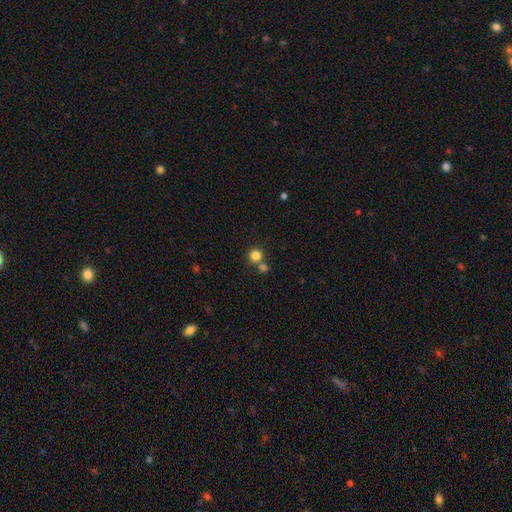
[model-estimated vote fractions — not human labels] Smooth or featured? Predicted: smooth (p=0.83). How rounded? Predicted: round (p=0.91). Merging? Predicted: none (p=0.64).